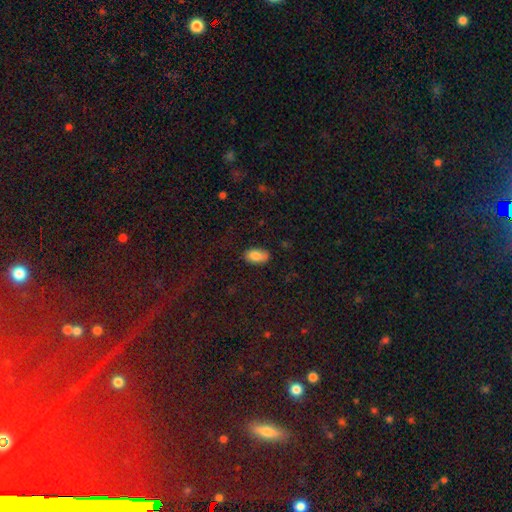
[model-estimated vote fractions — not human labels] Smooth or featured?
  - smooth: 84% *
  - featured or disk: 8%
  - star or artifact: 8%
How rounded?
  - in between: 92% *
  - round: 5%
  - cigar-shaped: 2%
Merging?
  - none: 79% *
  - minor disturbance: 17%
  - major disturbance: 3%
  - merger: 1%